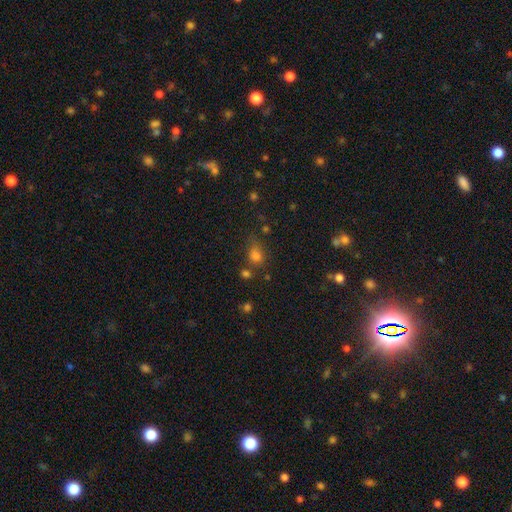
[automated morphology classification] A smooth galaxy with no disk features (70%) that is round (57%). Merging: none (52%).